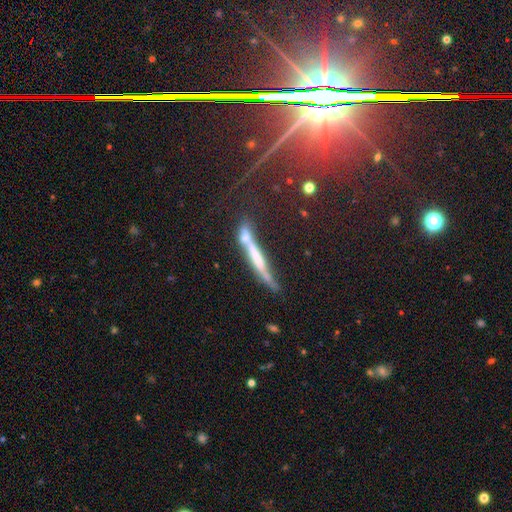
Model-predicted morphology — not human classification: A featured or disk galaxy (49%). Merging: none (55%).